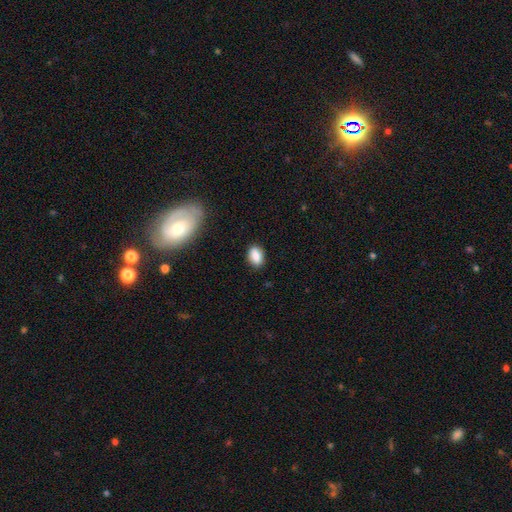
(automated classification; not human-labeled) Smooth or featured? smooth (86%)
How rounded? in between (82%)
Merging? none (82%)